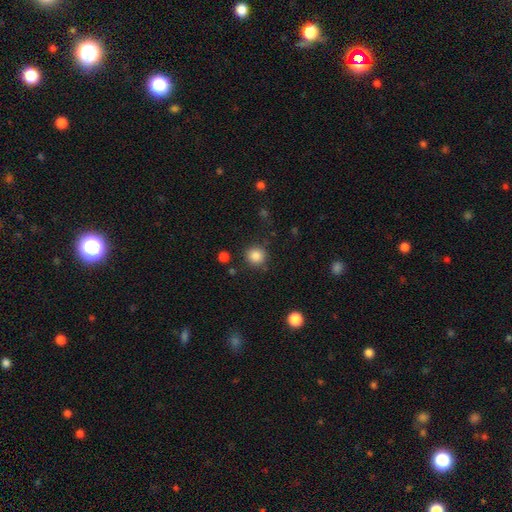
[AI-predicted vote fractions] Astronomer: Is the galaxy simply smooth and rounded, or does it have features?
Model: smooth — 85%.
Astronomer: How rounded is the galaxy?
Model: round — 92%.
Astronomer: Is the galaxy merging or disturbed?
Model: none — 86%.